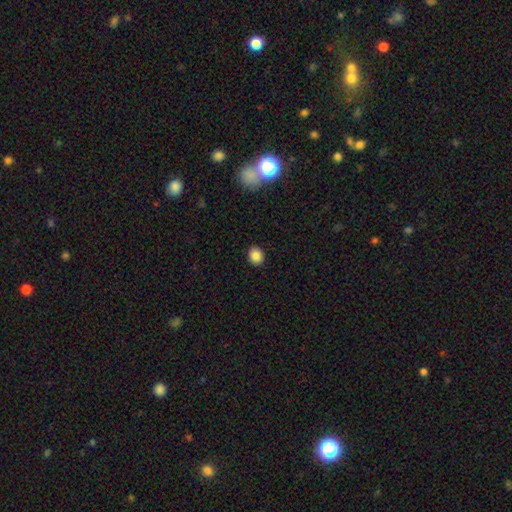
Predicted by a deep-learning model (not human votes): Smooth or featured?
  - smooth: 85% *
  - star or artifact: 10%
  - featured or disk: 5%
How rounded?
  - round: 66% *
  - in between: 33%
  - cigar-shaped: 1%
Merging?
  - none: 91% *
  - minor disturbance: 6%
  - major disturbance: 2%
  - merger: 1%